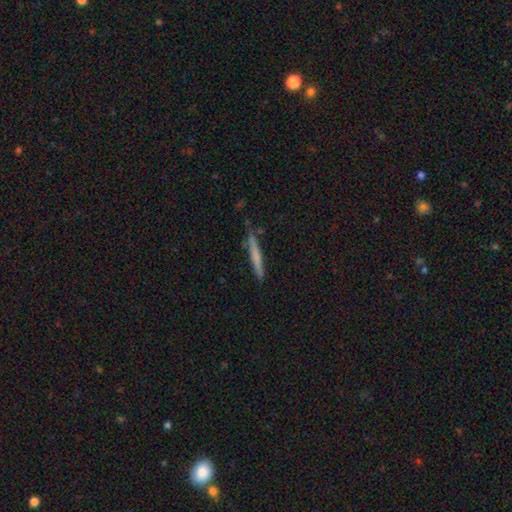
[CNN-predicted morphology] Smooth or featured? Predicted: smooth (p=0.60). How rounded? Predicted: cigar-shaped (p=0.96). Merging? Predicted: none (p=0.83).